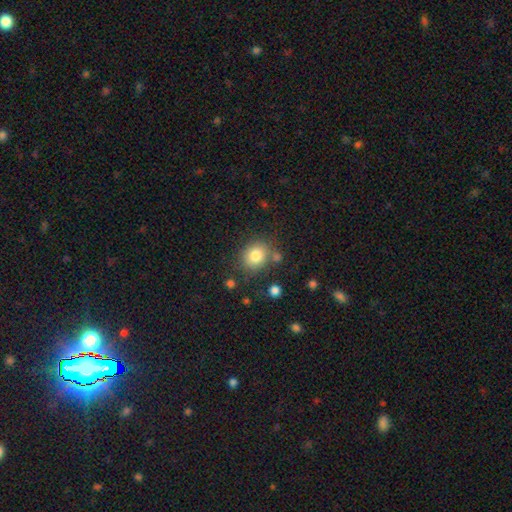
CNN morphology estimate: smooth-or-featured: smooth: 81% | star or artifact: 10% | featured or disk: 9%
  how-rounded: round: 64% | in between: 35% | cigar-shaped: 1%
  merging: none: 73% | minor disturbance: 14% | merger: 8% | major disturbance: 5%